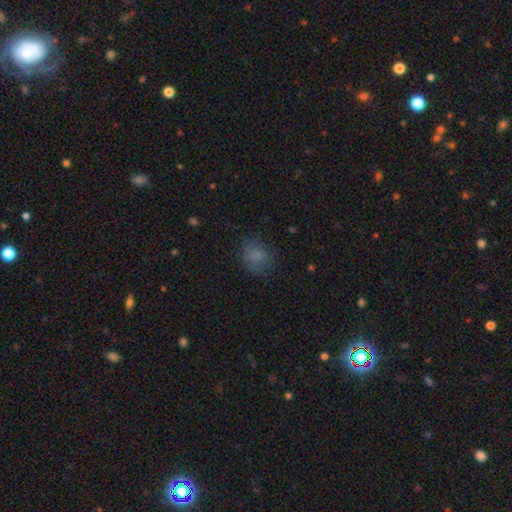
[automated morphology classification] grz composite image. It shows a smooth galaxy with no disk features (77%) that is round (61%). Merging: none (72%).